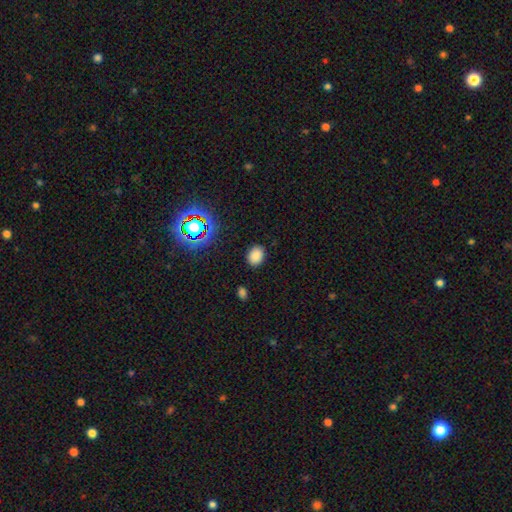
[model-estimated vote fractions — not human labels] This is clearly a smooth galaxy (81%). How rounded: possibly in between (59%). Merging: clearly none (87%).